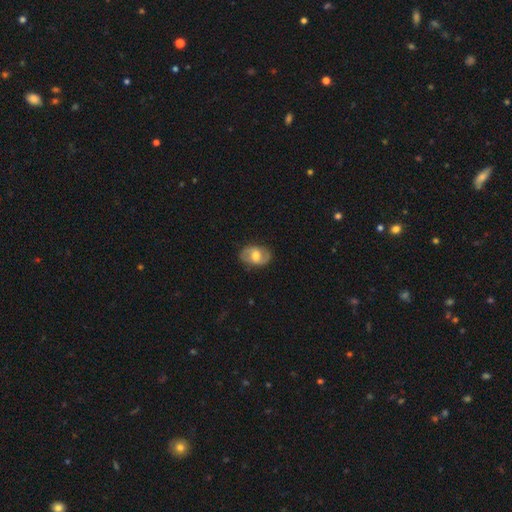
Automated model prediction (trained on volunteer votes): smooth-or-featured: featured or disk: 52% | smooth: 41% | star or artifact: 7%
  disk-edge-on: no: 95% | yes: 5%
  merging: none: 81% | minor disturbance: 14% | major disturbance: 4% | merger: 1%